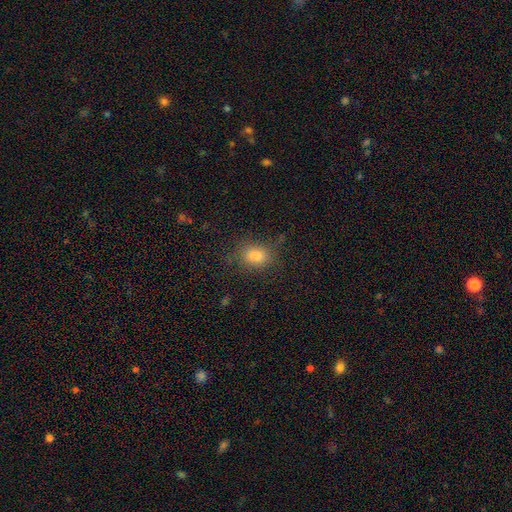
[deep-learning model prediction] A smooth galaxy with no disk features (81%) that is in between round and cigar-shaped (58%). Merging: none (81%).